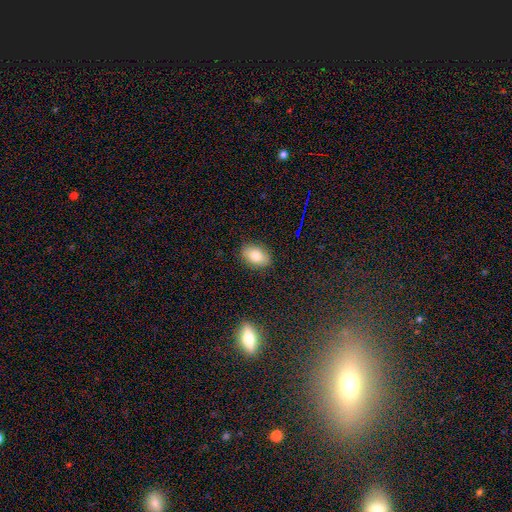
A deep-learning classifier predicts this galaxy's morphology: The model was most divided on "smooth or featured": smooth: 80%, featured or disk: 11%, star or artifact: 9%. More confident: merging — none (86%); how rounded — in between (85%).